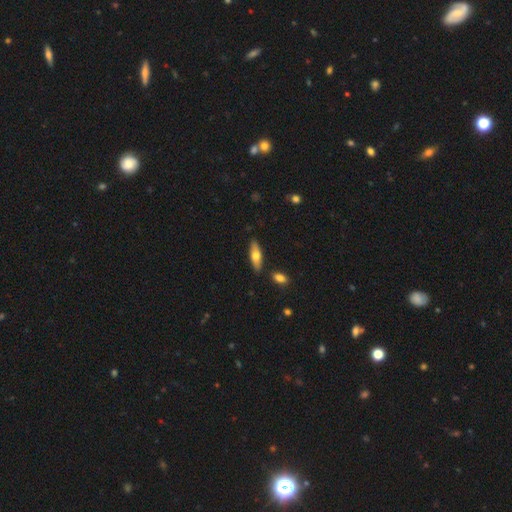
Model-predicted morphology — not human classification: This appears to be a smooth galaxy with no disk features (62%) that is in between round and cigar-shaped (52%). Merging: none (84%).